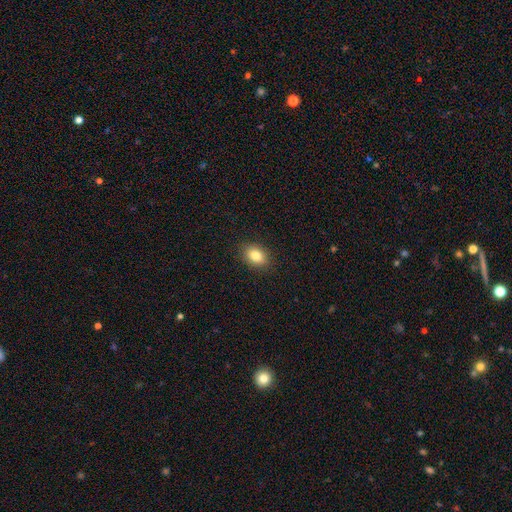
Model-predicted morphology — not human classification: Smooth or featured: smooth — 83% (star or artifact — 9%)
How rounded: in between — 76% (round — 22%)
Merging: none — 89% (minor disturbance — 8%)